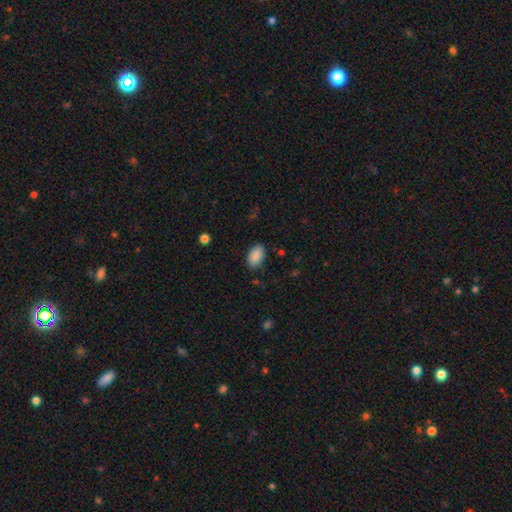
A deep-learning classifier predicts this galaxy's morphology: Overall: smooth (89%). How rounded: in between (93%). Merging: none (85%).